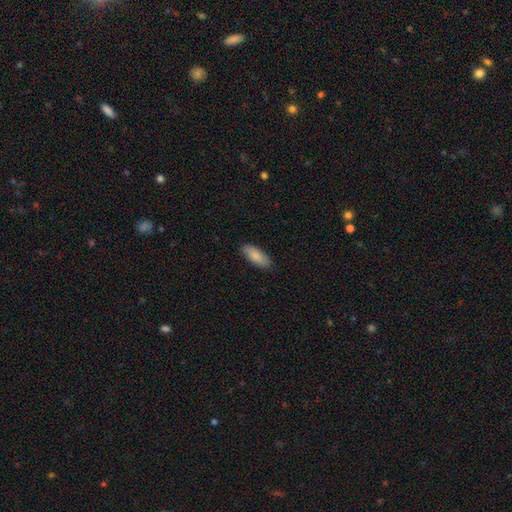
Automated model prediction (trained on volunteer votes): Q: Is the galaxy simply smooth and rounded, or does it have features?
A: smooth — 86%.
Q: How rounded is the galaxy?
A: in between — 76%.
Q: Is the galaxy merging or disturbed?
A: none — 88%.